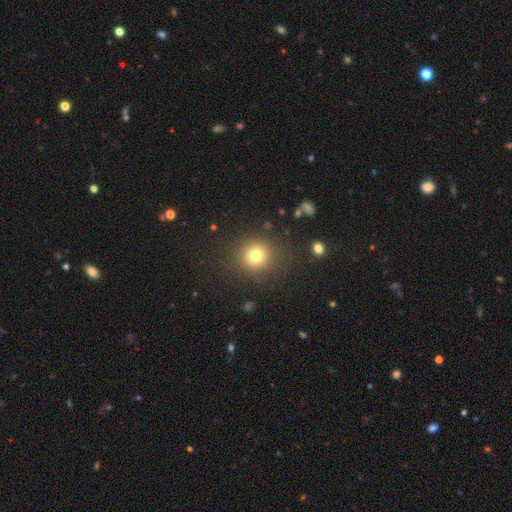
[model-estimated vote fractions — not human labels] This is likely a smooth galaxy (76%). How rounded: clearly round (92%). Merging: clearly none (87%).